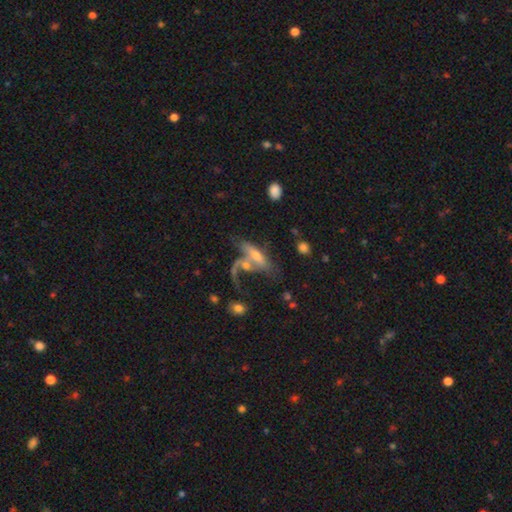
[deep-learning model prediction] Smooth or featured?
  - featured or disk: 51% *
  - smooth: 39%
  - star or artifact: 10%
Edge-on disk?
  - yes: 56% *
  - no: 44%
Merging?
  - merger: 43% *
  - none: 29%
  - major disturbance: 16%
  - minor disturbance: 12%